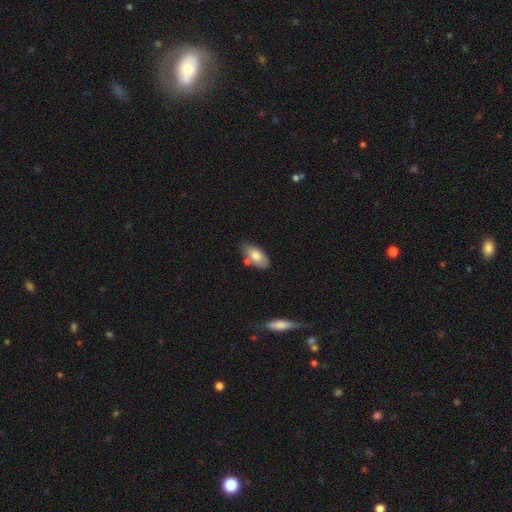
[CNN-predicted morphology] A smooth galaxy with no disk features (73%) that is in between round and cigar-shaped (92%). Merging: none (62%).